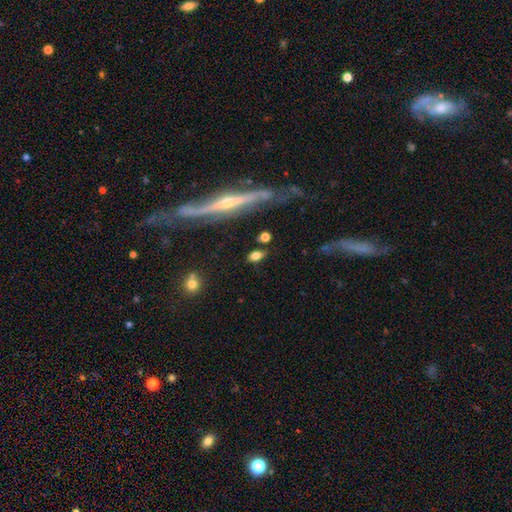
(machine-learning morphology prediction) This is likely a smooth galaxy (68%). How rounded: likely in between (71%). Merging: likely none (76%).